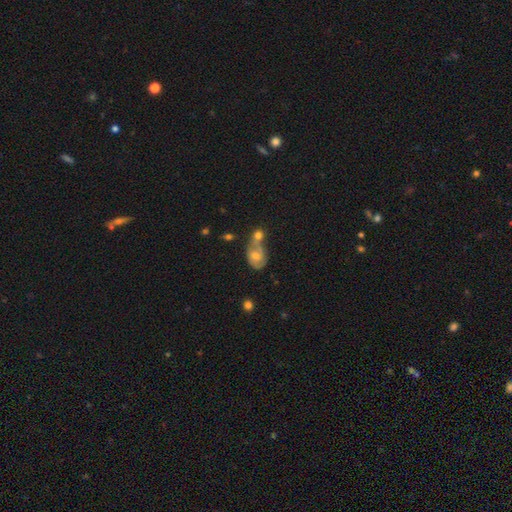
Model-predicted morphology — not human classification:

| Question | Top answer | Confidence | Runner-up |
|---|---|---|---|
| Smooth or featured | featured or disk | 45% | smooth (44%) |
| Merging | merger | 52% | none (26%) |